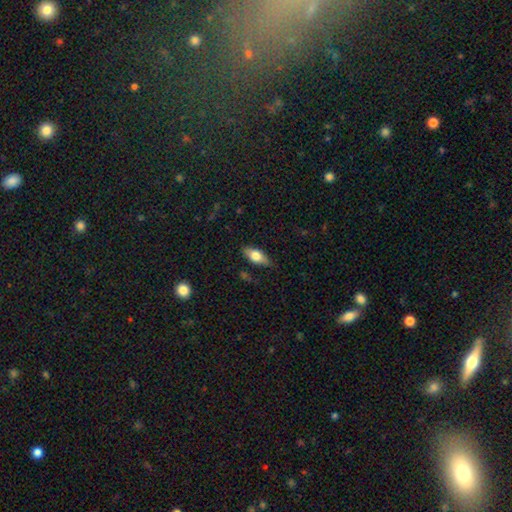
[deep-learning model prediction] A smooth galaxy with no disk features (64%) that is in between round and cigar-shaped (79%).

Vote fractions:
- Smooth or featured? smooth: 64% / featured or disk: 29% / star or artifact: 7%
- How rounded? in between: 79% / cigar-shaped: 17% / round: 4%
- Merging? none: 79% / minor disturbance: 16% / major disturbance: 3% / merger: 2%